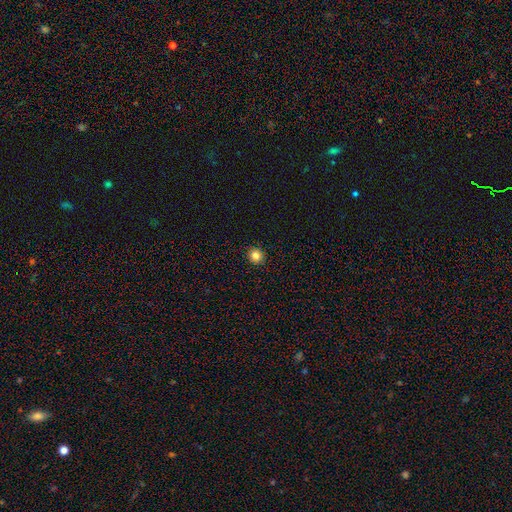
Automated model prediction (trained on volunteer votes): Overall: smooth (83%). How rounded: round (93%). Merging: none (93%).